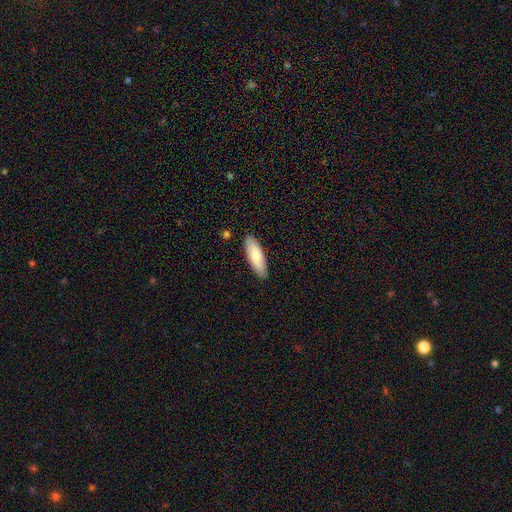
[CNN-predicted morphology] Overall: smooth (75%). How rounded: in between (61%; cigar-shaped 38%). Merging: none (88%).